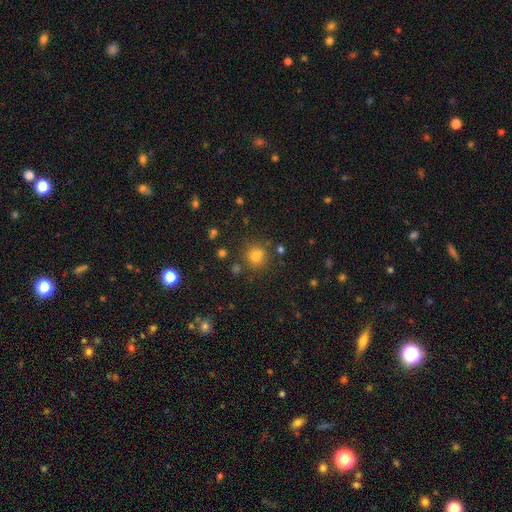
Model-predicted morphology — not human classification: Smooth or featured? Predicted: smooth (p=0.78). How rounded? Predicted: round (p=0.86). Merging? Predicted: none (p=0.80).